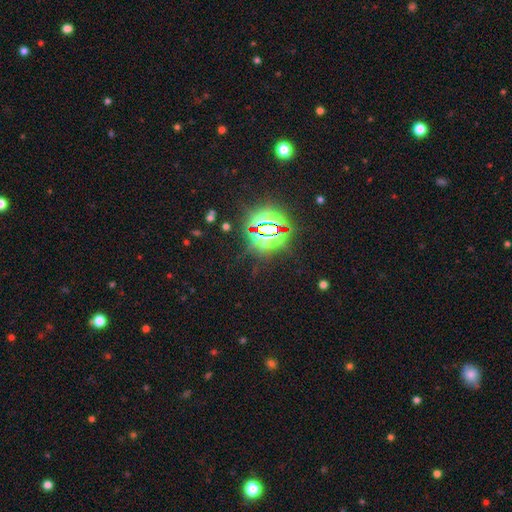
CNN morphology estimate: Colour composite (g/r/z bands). It shows a star or artifact, not a galaxy (85%).